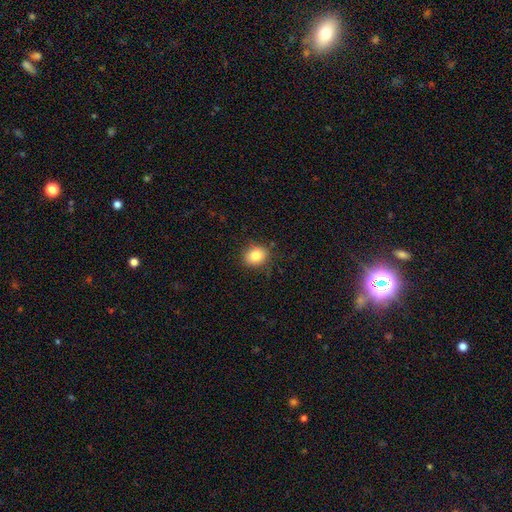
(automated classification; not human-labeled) smooth_or_featured: smooth (p=0.83) [alt: star or artifact p=0.10]
how_rounded: round (p=0.61) [alt: in between p=0.38]
merging: none (p=0.83) [alt: minor disturbance p=0.12]